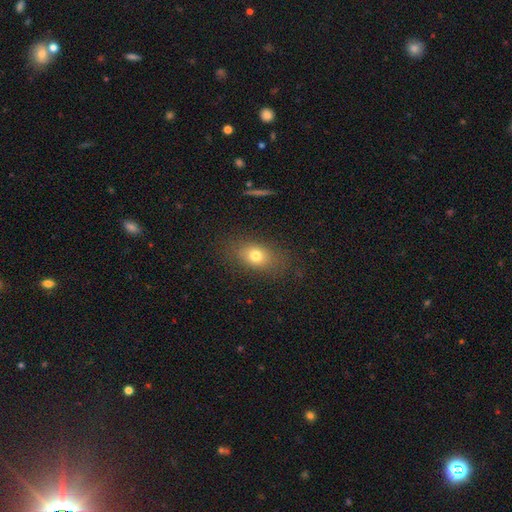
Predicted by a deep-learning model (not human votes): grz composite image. It shows a smooth galaxy with no disk features (75%) that is in between round and cigar-shaped (71%). Merging: none (81%).